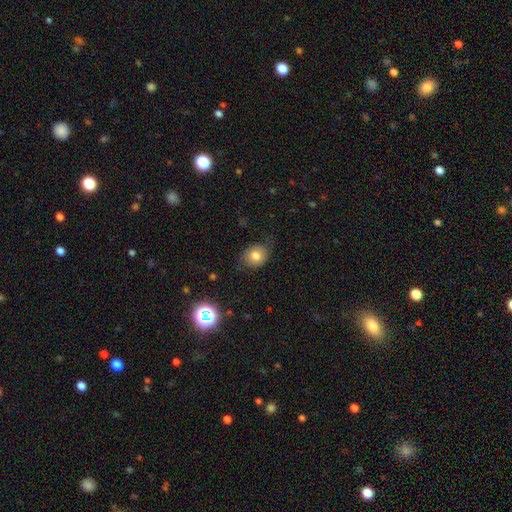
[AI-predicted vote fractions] Overall: smooth (76%). How rounded: round (53%; in between 46%). Merging: none (73%).